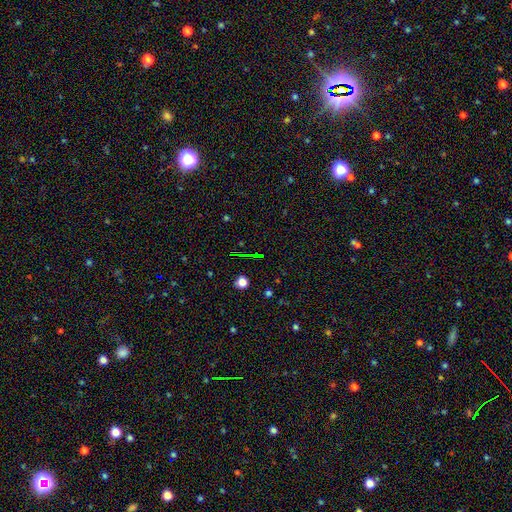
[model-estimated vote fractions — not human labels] Smooth or featured? Predicted: star or artifact (p=0.65).